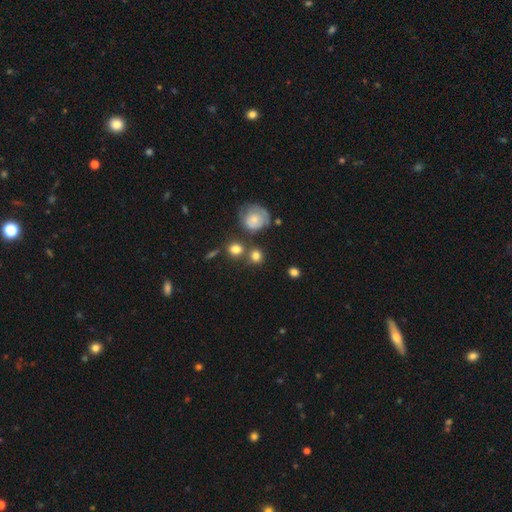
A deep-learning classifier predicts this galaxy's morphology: Smooth or featured? Predicted: smooth (p=0.78). How rounded? Predicted: round (p=0.82). Merging? Predicted: none (p=0.66).